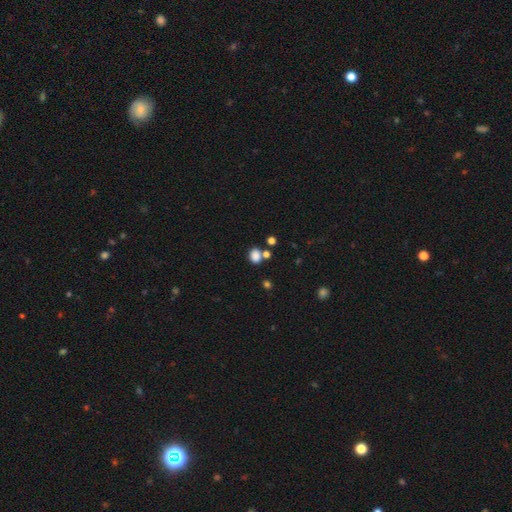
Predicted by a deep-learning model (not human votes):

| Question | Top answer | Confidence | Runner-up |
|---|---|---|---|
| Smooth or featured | smooth | 82% | star or artifact (13%) |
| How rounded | in between | 56% | round (43%) |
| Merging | none | 62% | merger (20%) |